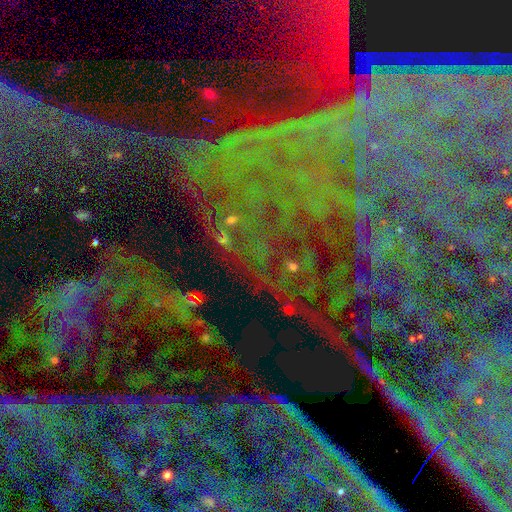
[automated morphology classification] A star or artifact, not a galaxy (85%).

Vote fractions:
- Smooth or featured? star or artifact: 85% / featured or disk: 8% / smooth: 7%